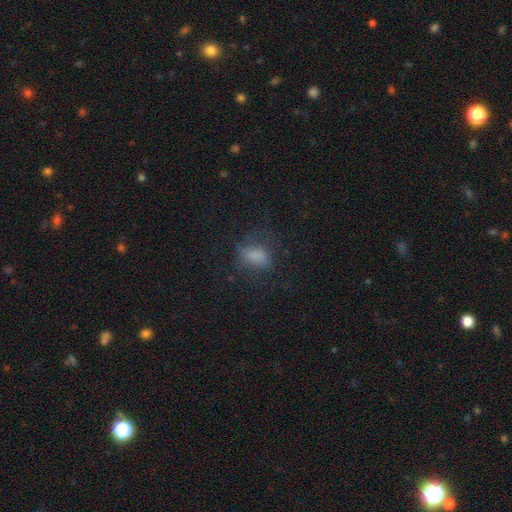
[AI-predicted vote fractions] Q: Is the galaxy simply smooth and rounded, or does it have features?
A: smooth — 70%.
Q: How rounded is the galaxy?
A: in between — 80%.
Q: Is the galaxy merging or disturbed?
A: none — 54%.